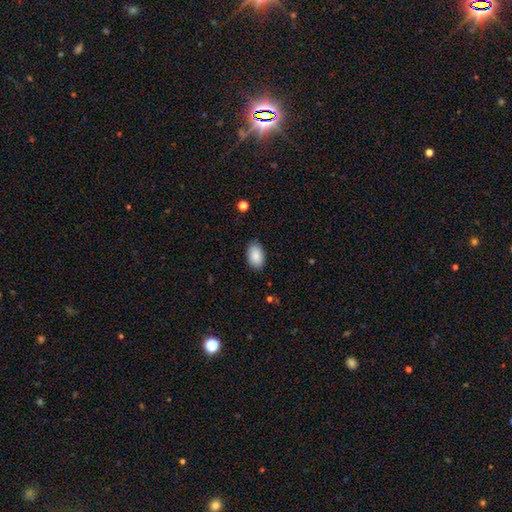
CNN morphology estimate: The model was most divided on "merging": none: 87%, minor disturbance: 10%, major disturbance: 2%, merger: 1%. More confident: how rounded — in between (91%); smooth or featured — smooth (89%).